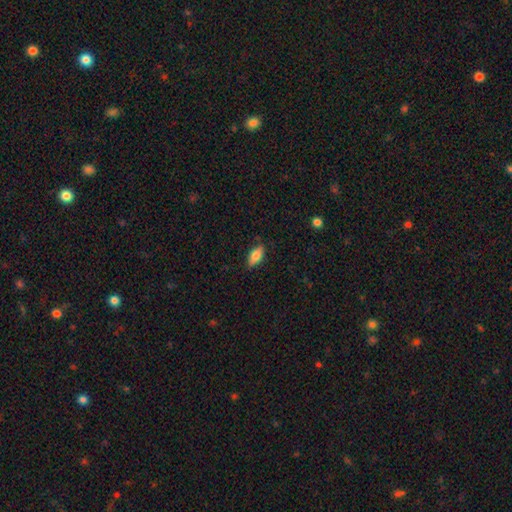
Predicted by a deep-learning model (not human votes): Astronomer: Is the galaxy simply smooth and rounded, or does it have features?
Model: smooth — 73%.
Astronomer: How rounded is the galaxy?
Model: in between — 83%.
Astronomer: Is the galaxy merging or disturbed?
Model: none — 83%.